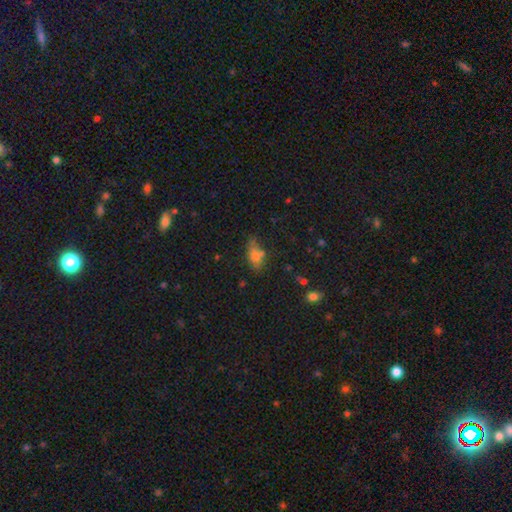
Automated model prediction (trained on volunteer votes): This appears to be a smooth galaxy with no disk features (68%) that is in between round and cigar-shaped (83%). Merging: none (59%).